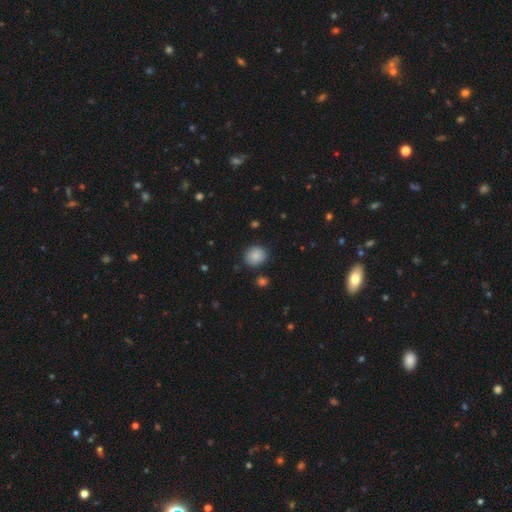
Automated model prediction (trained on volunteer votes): The model was most divided on "how rounded": round: 83%, in between: 17%, cigar-shaped: 1%. More confident: smooth or featured — smooth (86%); merging — none (85%).